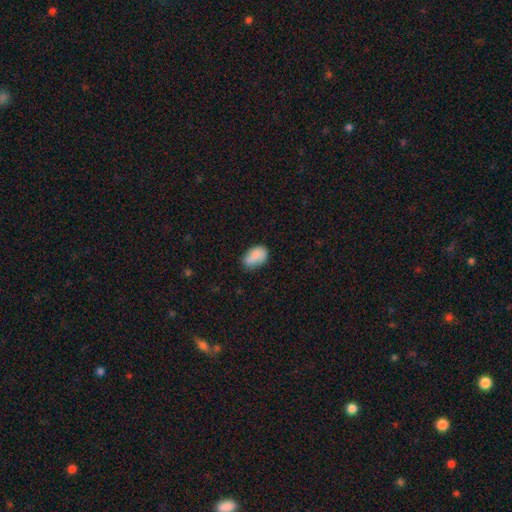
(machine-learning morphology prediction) Overall: smooth (79%). How rounded: in between (88%). Merging: none (54%; minor disturbance 33%).